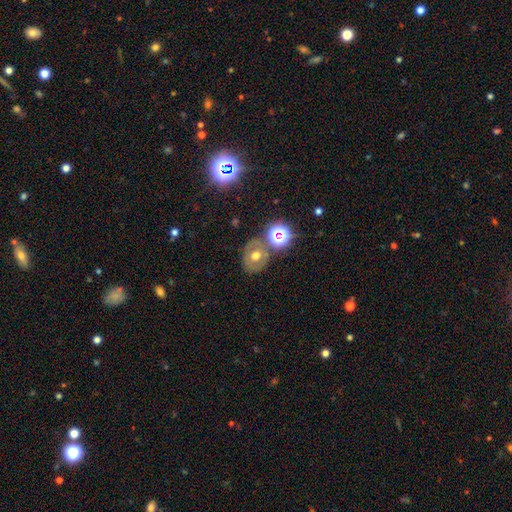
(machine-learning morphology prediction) A smooth galaxy with no disk features (46%). Merging: none (68%).